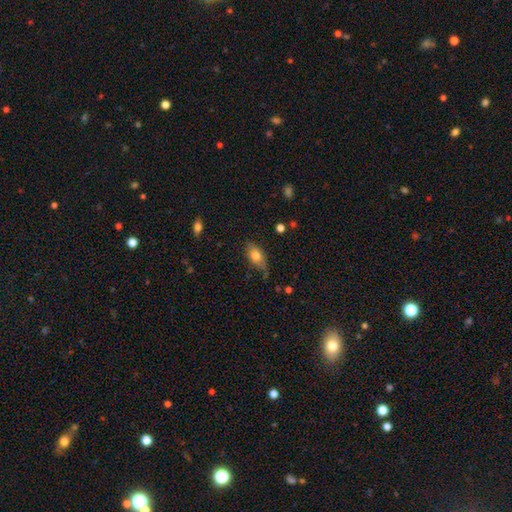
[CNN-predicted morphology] This is likely a smooth galaxy (73%). How rounded: clearly in between (85%). Merging: likely none (65%).